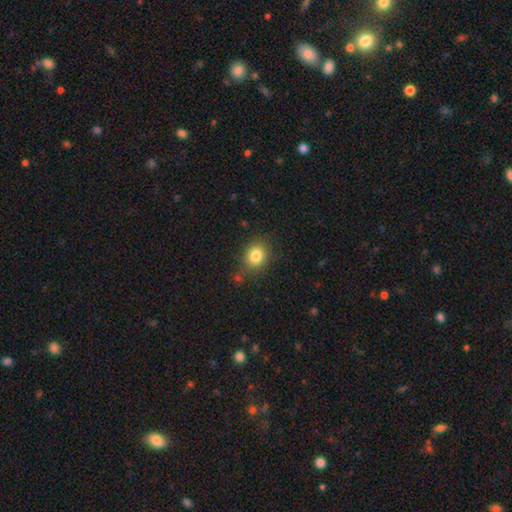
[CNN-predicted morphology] smooth_or_featured: smooth (p=0.82) [alt: star or artifact p=0.11]
how_rounded: round (p=0.65) [alt: in between p=0.34]
merging: none (p=0.78) [alt: minor disturbance p=0.15]